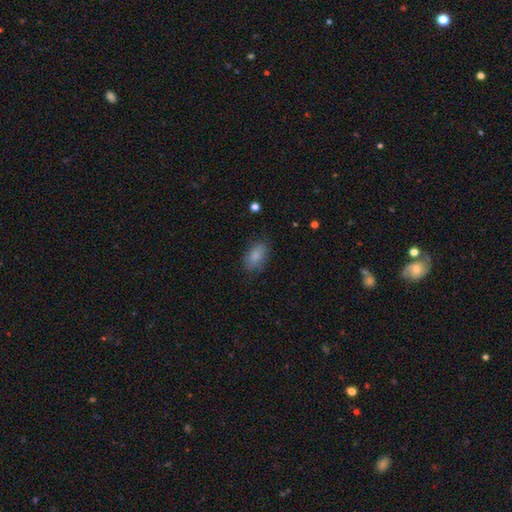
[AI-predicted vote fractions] Smooth or featured: smooth — 84% (featured or disk — 8%)
How rounded: in between — 90% (round — 7%)
Merging: none — 78% (minor disturbance — 16%)